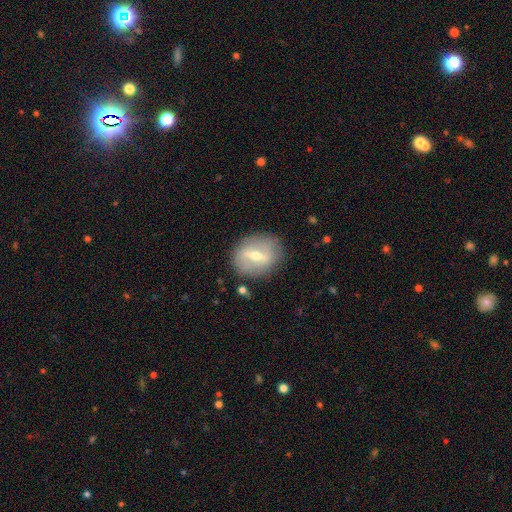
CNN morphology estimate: Smooth or featured? Predicted: featured or disk (p=0.59). Edge-on disk? Predicted: no (p=0.85). Bar? Predicted: strong (p=0.54). Spiral arms? Predicted: no (p=0.79). Bulge size? Predicted: moderate (p=0.58). Merging? Predicted: none (p=0.83).